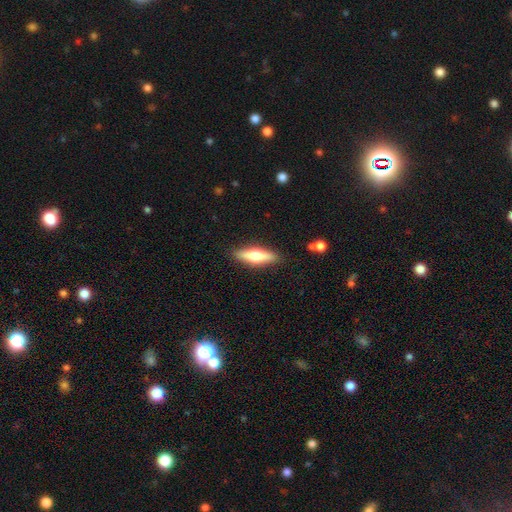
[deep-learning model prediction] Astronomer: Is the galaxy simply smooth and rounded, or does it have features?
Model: smooth — 52% (runner-up: featured or disk, 42%).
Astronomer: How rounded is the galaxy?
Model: cigar-shaped — 61% (runner-up: in between, 37%).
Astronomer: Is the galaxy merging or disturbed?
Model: none — 88%.